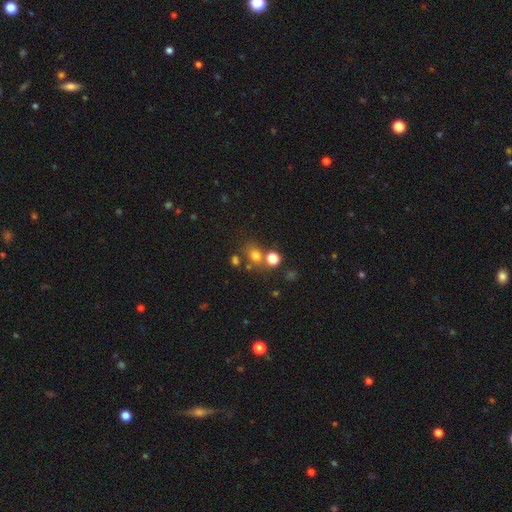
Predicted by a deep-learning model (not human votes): smooth-or-featured: smooth: 71% | star or artifact: 20% | featured or disk: 9%
  how-rounded: round: 66% | in between: 33% | cigar-shaped: 1%
  merging: none: 61% | merger: 23% | minor disturbance: 11% | major disturbance: 5%